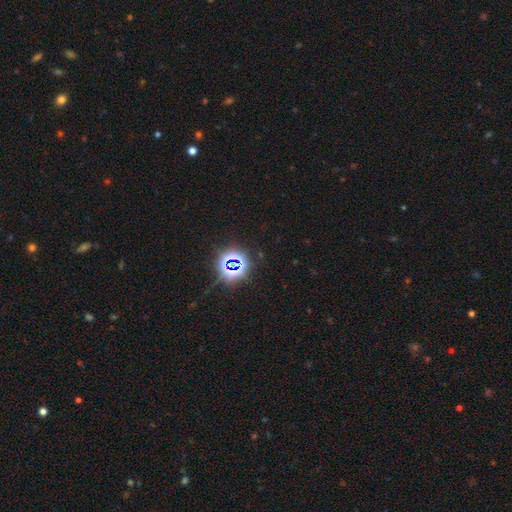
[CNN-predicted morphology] Smooth or featured? Predicted: star or artifact (p=0.79).